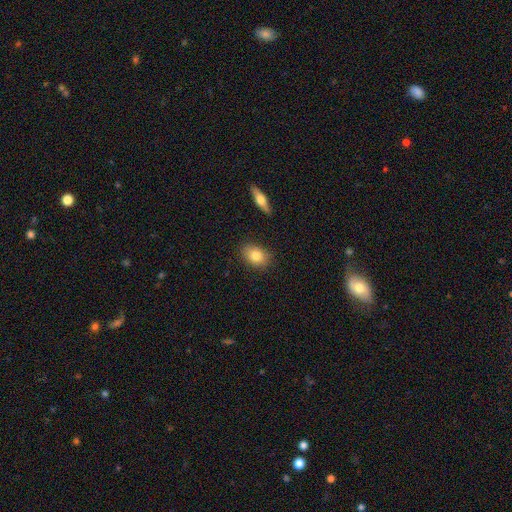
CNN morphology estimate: The model was most divided on "how rounded": in between: 74%, round: 24%, cigar-shaped: 2%. More confident: merging — none (85%); smooth or featured — smooth (81%).